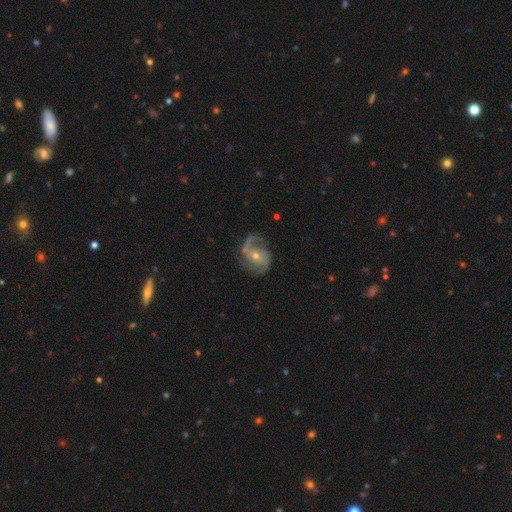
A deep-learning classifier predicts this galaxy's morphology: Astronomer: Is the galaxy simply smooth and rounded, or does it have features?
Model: featured or disk — 83%.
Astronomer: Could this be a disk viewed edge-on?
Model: no — 97%.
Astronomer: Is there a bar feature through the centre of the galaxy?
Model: no — 55% (runner-up: weak, 33%).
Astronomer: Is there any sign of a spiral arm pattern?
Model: yes — 94%.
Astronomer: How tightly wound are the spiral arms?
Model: medium — 46% (runner-up: loose, 33%).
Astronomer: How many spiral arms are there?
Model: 2 — 67%.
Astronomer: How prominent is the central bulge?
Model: small — 57% (runner-up: moderate, 40%).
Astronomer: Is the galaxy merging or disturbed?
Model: none — 63%.